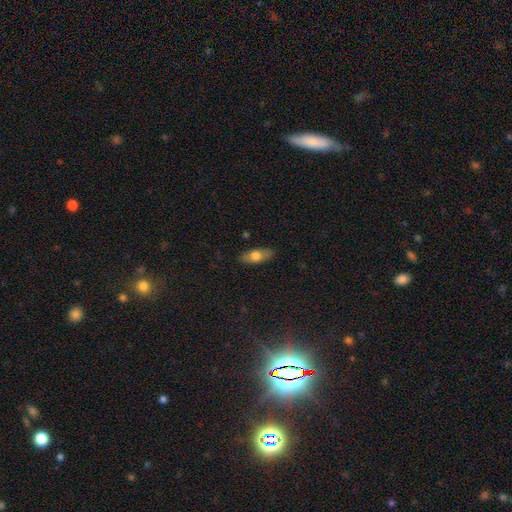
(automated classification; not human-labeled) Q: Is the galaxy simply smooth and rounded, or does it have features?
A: smooth — 64%.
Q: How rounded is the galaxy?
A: in between — 74%.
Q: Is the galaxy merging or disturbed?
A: none — 86%.